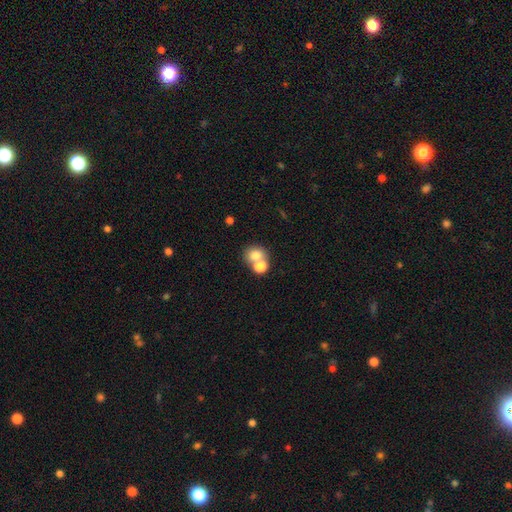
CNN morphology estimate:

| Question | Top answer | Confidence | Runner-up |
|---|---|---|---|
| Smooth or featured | smooth | 75% | featured or disk (13%) |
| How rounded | round | 69% | in between (30%) |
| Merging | merger | 50% | none (40%) |